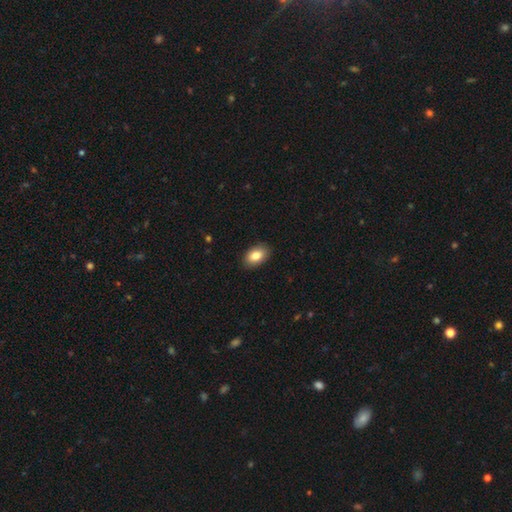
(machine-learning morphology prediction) Smooth or featured? smooth (84%)
How rounded? in between (90%)
Merging? none (89%)